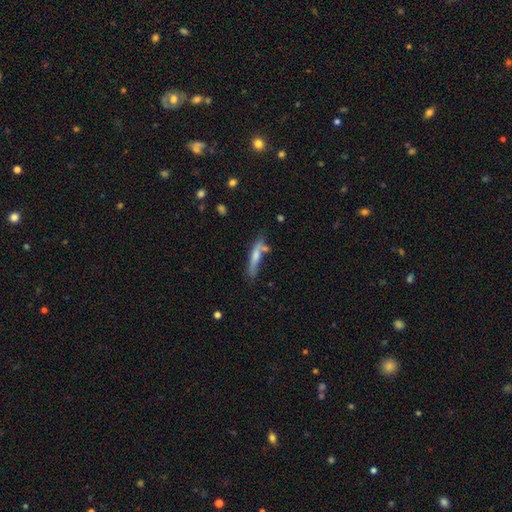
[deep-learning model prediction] A smooth galaxy with no disk features (55%) that is cigar-shaped (87%).

Vote fractions:
- Smooth or featured? smooth: 55% / featured or disk: 37% / star or artifact: 7%
- How rounded? cigar-shaped: 87% / in between: 11% / round: 2%
- Merging? none: 58% / minor disturbance: 21% / merger: 14% / major disturbance: 7%